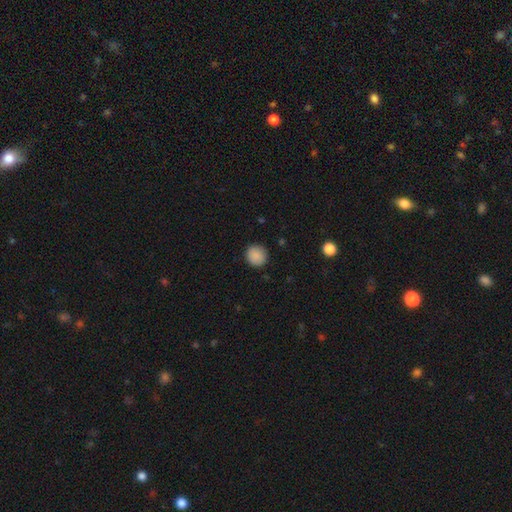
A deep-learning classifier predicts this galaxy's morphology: A smooth galaxy with no disk features (89%) that is round (92%).

Vote fractions:
- Smooth or featured? smooth: 89% / star or artifact: 8% / featured or disk: 3%
- How rounded? round: 92% / in between: 7% / cigar-shaped: 1%
- Merging? none: 89% / minor disturbance: 8% / major disturbance: 2% / merger: 1%